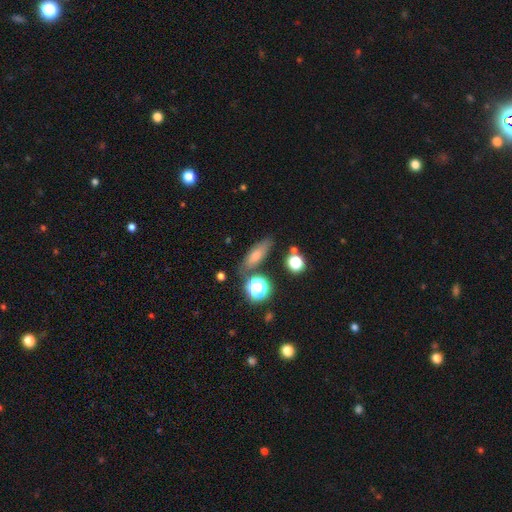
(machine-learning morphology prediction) A smooth galaxy with no disk features (55%) that is in between round and cigar-shaped (47%). Merging: none (79%).